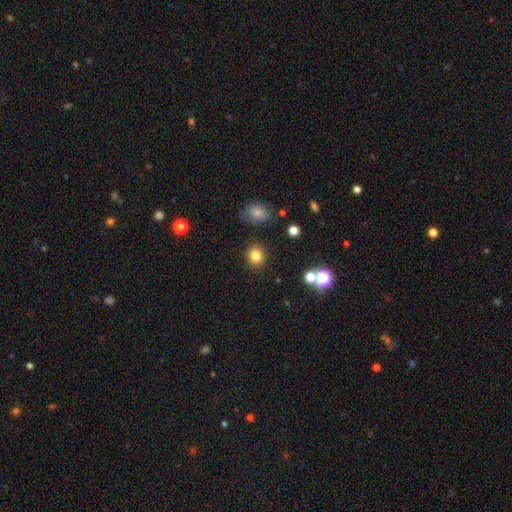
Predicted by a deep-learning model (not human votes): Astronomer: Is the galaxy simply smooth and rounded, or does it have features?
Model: smooth — 81%.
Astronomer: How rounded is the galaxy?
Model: round — 79%.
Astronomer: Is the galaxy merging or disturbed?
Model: none — 88%.